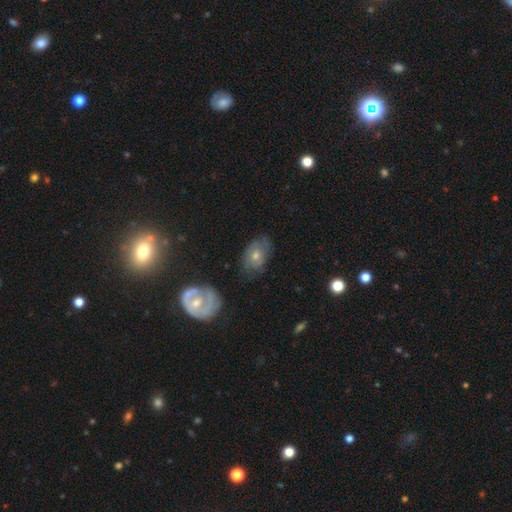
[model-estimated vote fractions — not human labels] Smooth or featured? featured or disk (50%)
Merging? none (66%)